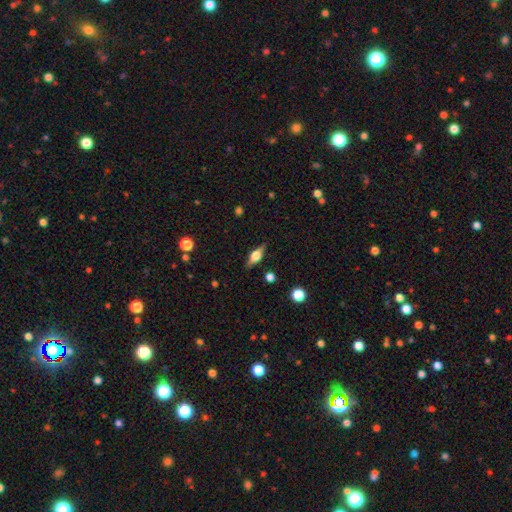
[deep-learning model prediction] A featured or disk galaxy (66%) viewed edge-on (96%) with a rounded central bulge (89%).

Vote fractions:
- Smooth or featured? featured or disk: 66% / smooth: 26% / star or artifact: 8%
- Edge-on disk? yes: 96% / no: 4%
- Edge-on bulge? rounded: 89% / boxy: 9% / none: 1%
- Merging? none: 86% / minor disturbance: 10% / major disturbance: 3% / merger: 1%